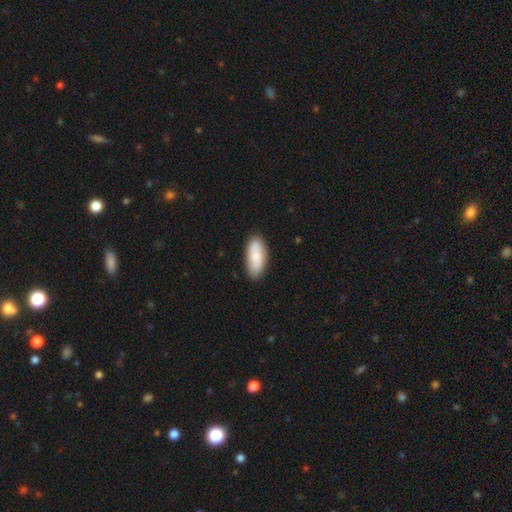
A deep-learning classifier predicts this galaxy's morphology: Smooth or featured?
  - smooth: 83% *
  - featured or disk: 12%
  - star or artifact: 6%
How rounded?
  - in between: 86% *
  - cigar-shaped: 12%
  - round: 2%
Merging?
  - none: 85% *
  - minor disturbance: 11%
  - major disturbance: 2%
  - merger: 1%